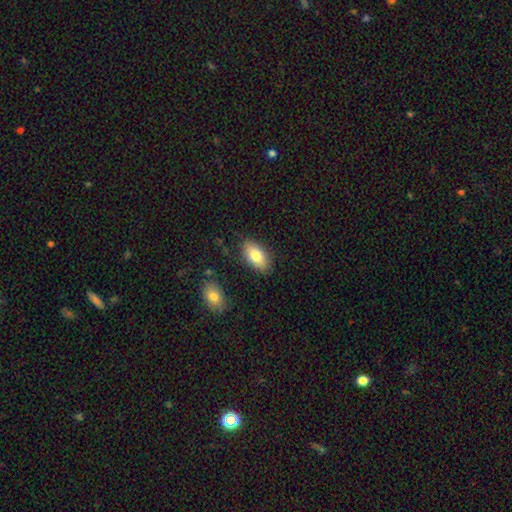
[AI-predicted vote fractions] The model was most divided on "smooth or featured": smooth: 78%, featured or disk: 15%, star or artifact: 7%. More confident: how rounded — in between (92%); merging — none (84%).